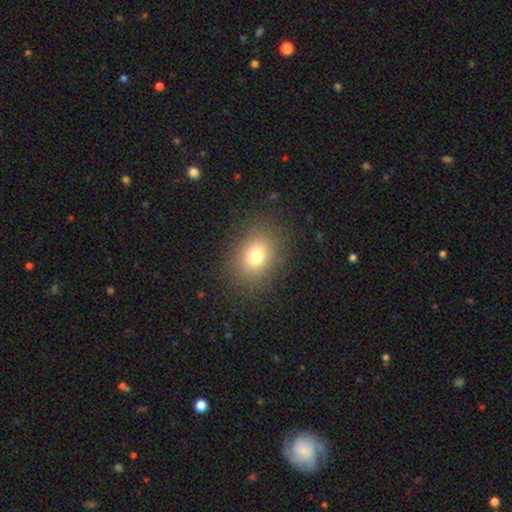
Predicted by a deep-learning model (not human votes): smooth 74%, star or artifact 14%, featured or disk 11%. Down the decision tree: how rounded — in between (53%); merging — none (85%).